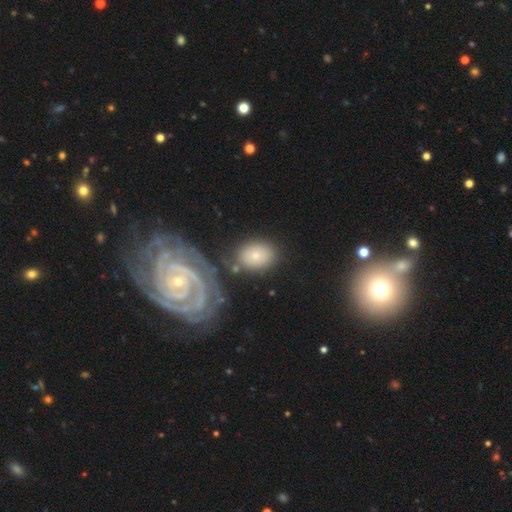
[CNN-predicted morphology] Overall: smooth (65%; featured or disk 27%). How rounded: in between (72%). Merging: none (70%).